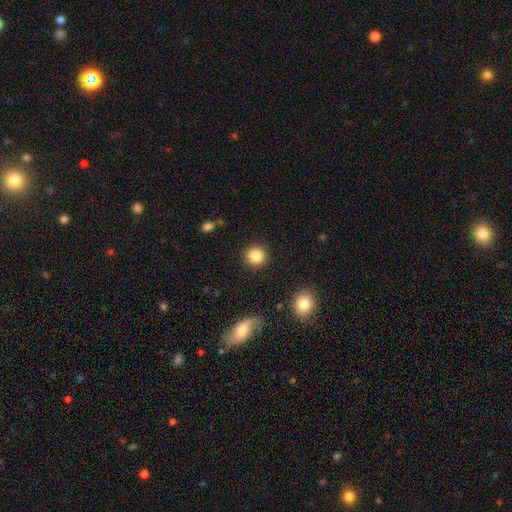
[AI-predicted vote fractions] Q: Smooth or featured?
A: smooth (86%); runner-up: star or artifact (9%)
Q: How rounded?
A: round (92%); runner-up: in between (7%)
Q: Merging?
A: none (91%); runner-up: minor disturbance (5%)